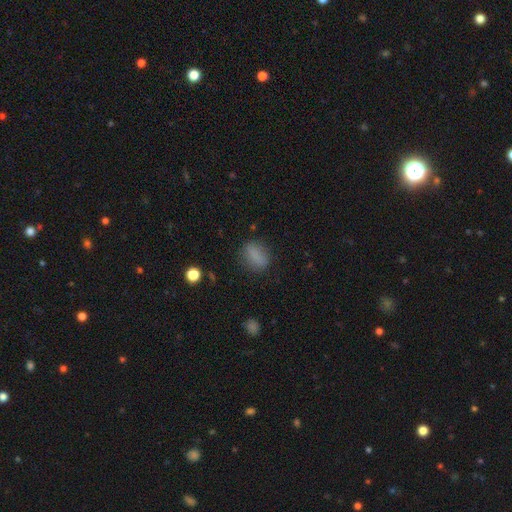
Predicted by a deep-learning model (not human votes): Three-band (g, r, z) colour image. It shows a smooth galaxy with no disk features (81%) that is in between round and cigar-shaped (68%). Merging: none (80%).